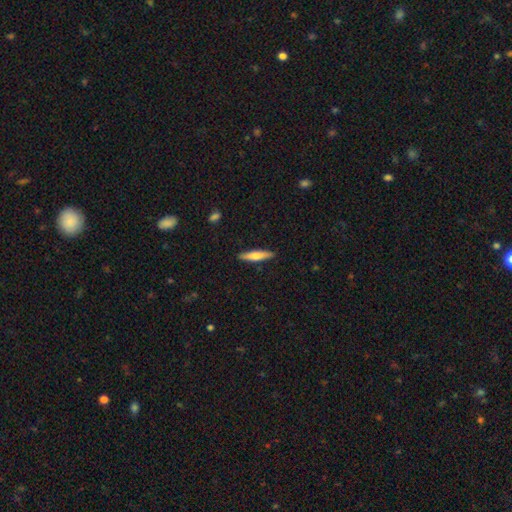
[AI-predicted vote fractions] smooth 57%, featured or disk 37%, star or artifact 5%. Down the decision tree: how rounded — cigar-shaped (87%); merging — none (90%).